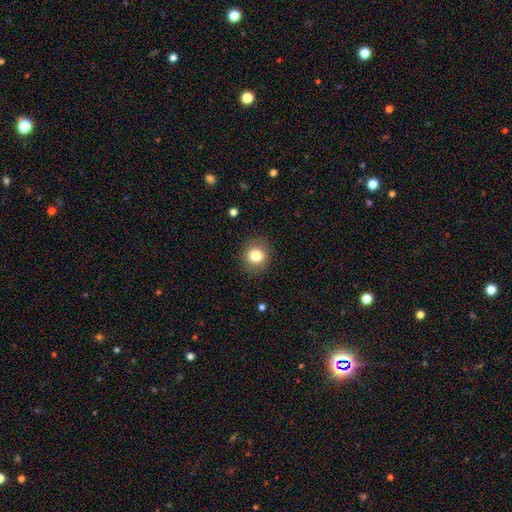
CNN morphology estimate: type=smooth (81%); roundness=round (84%); merging=none (88%).